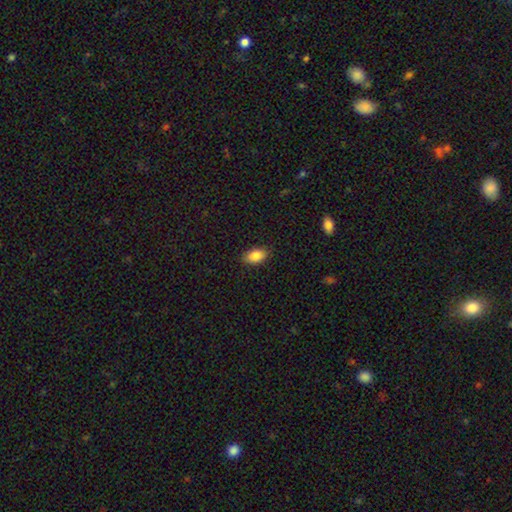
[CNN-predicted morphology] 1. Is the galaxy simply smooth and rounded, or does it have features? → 87% smooth, 8% star or artifact, 6% featured or disk.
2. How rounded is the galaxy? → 92% in between, 6% round, 2% cigar-shaped.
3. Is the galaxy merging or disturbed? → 88% none, 9% minor disturbance, 2% major disturbance, 1% merger.